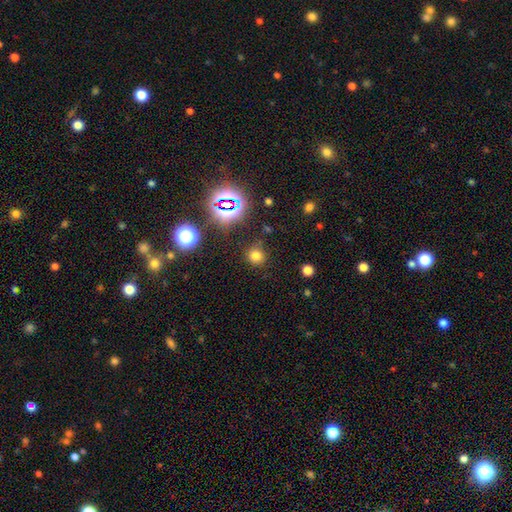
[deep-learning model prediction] This is likely a smooth galaxy (70%). How rounded: clearly round (89%). Merging: clearly none (84%).